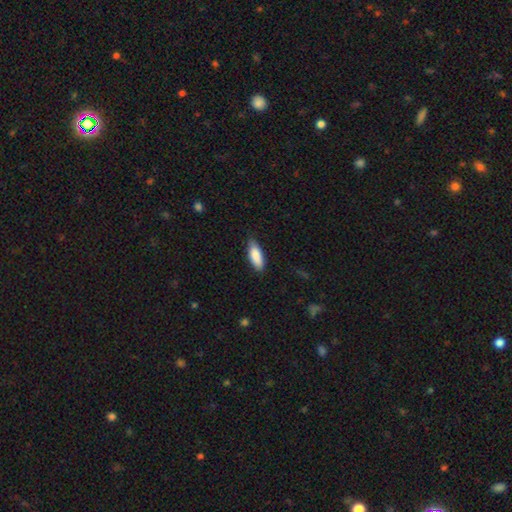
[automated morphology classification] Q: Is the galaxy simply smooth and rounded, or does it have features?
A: smooth — 87%.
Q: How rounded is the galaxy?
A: in between — 71%.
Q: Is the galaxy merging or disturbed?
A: none — 81%.